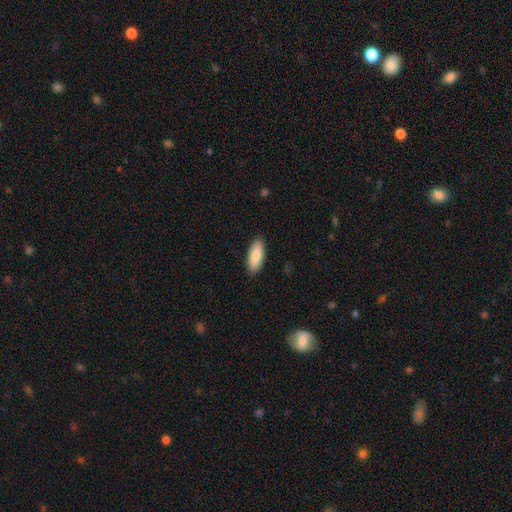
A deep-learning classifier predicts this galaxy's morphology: A smooth galaxy with no disk features (84%) that is in between round and cigar-shaped (79%).

Vote fractions:
- Smooth or featured? smooth: 84% / featured or disk: 10% / star or artifact: 5%
- How rounded? in between: 79% / cigar-shaped: 19% / round: 2%
- Merging? none: 89% / minor disturbance: 8% / major disturbance: 2% / merger: 1%